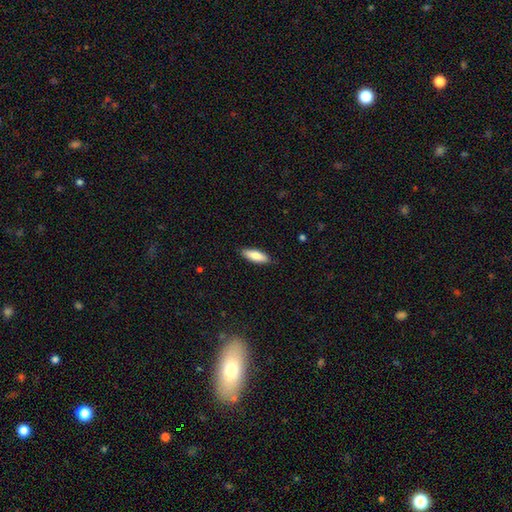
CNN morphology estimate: Smooth or featured: smooth — 81% (featured or disk — 13%)
How rounded: in between — 62% (cigar-shaped — 36%)
Merging: none — 87% (minor disturbance — 10%)